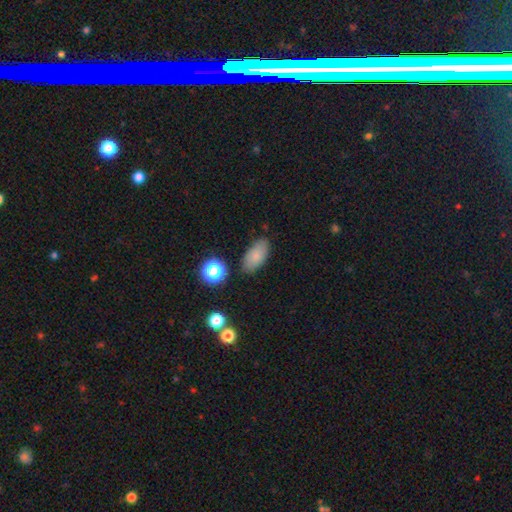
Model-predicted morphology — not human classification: type=smooth (80%); roundness=in between (91%); merging=none (81%).